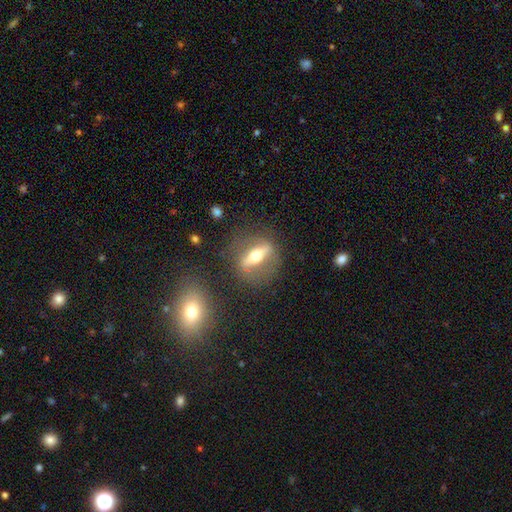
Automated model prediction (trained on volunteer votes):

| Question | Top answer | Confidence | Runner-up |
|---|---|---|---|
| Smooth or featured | featured or disk | 67% | smooth (25%) |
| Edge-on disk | yes | 61% | no (39%) |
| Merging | none | 75% | minor disturbance (12%) |